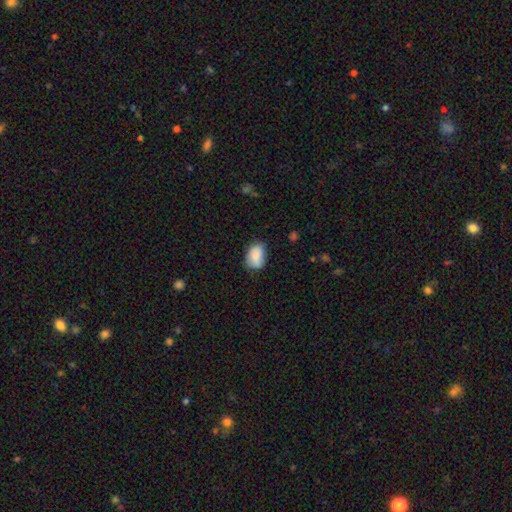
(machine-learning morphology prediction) smooth-or-featured: smooth: 83% | featured or disk: 10% | star or artifact: 7%
  how-rounded: in between: 81% | round: 18% | cigar-shaped: 1%
  merging: none: 68% | minor disturbance: 26% | major disturbance: 5% | merger: 2%